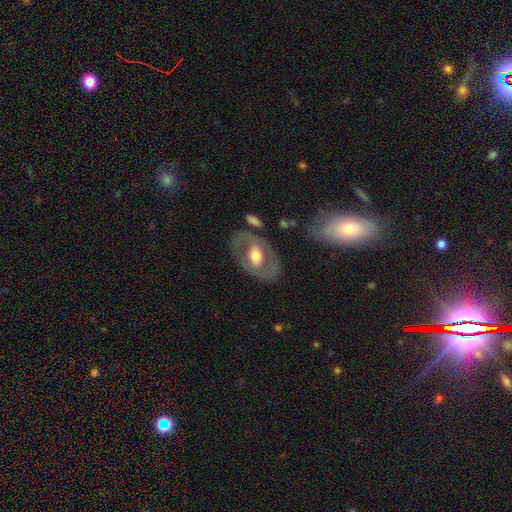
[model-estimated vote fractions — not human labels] Overall: featured or disk (58%; smooth 37%). Edge-on disk: no (90%). Bar: no (56%; weak 27%). Spiral arms: no (75%). Bulge size: moderate (59%; large 29%). Merging: none (71%).